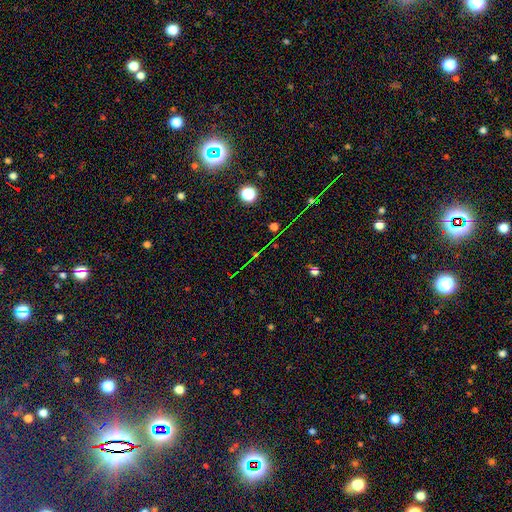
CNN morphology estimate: Smooth or featured?
  - star or artifact: 73% *
  - smooth: 15%
  - featured or disk: 12%